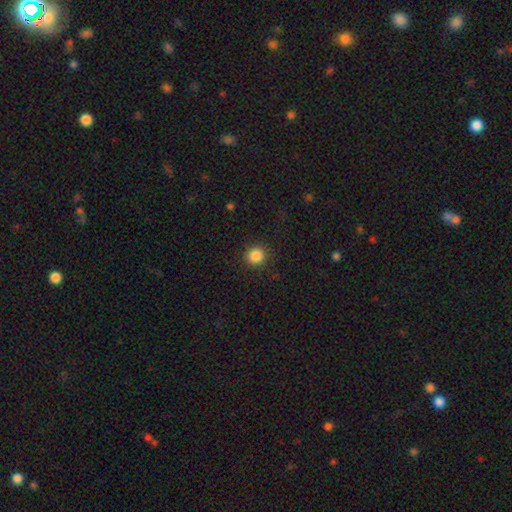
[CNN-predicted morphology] Smooth or featured? Predicted: smooth (p=0.86). How rounded? Predicted: round (p=0.93). Merging? Predicted: none (p=0.90).